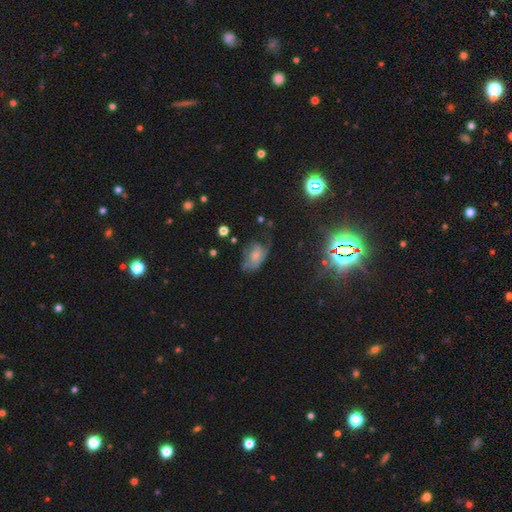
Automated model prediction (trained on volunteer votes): smooth_or_featured: featured or disk (p=0.48) [alt: smooth p=0.38]
merging: none (p=0.35) [alt: major disturbance p=0.34]